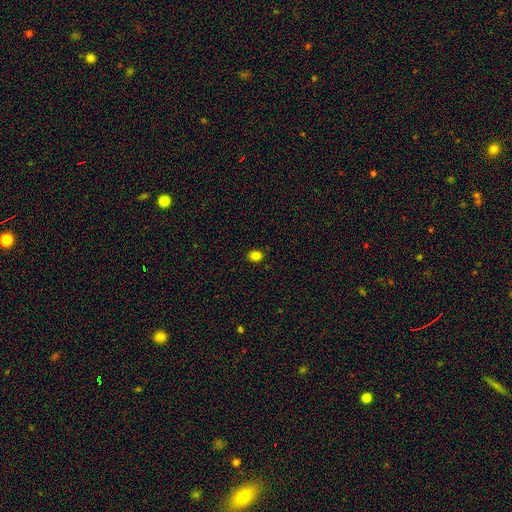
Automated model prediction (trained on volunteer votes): This is clearly a smooth galaxy (83%). How rounded: possibly in between (55%). Merging: clearly none (89%).